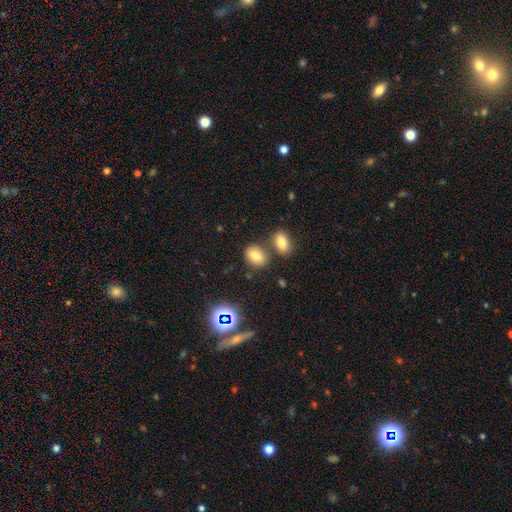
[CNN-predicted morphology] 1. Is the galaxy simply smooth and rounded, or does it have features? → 75% smooth, 14% star or artifact, 11% featured or disk.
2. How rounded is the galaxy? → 76% in between, 22% round, 2% cigar-shaped.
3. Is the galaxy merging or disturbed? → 64% none, 21% merger, 11% minor disturbance, 3% major disturbance.